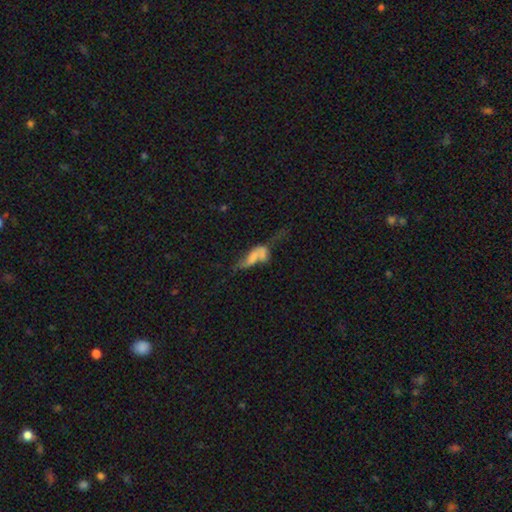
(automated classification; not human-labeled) A smooth galaxy with no disk features (49%). Merging: merger (42%).